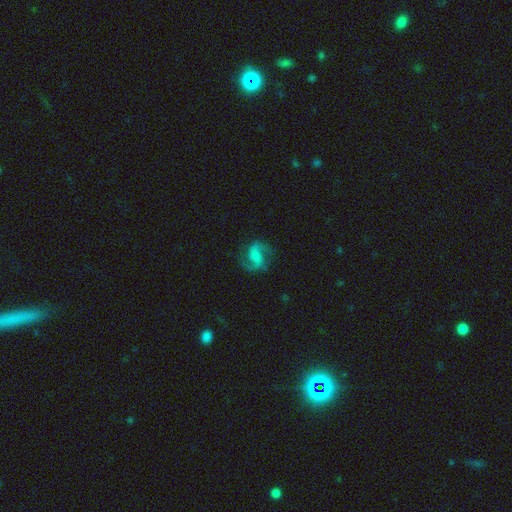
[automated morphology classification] This is clearly a featured or disk galaxy (85%). It is clearly not viewed edge-on (98%). Bar: possibly weak (47%). Spiral arm pattern: clearly yes (97%). Spiral arm count: clearly 2 (91%). Spiral winding: possibly medium (53%). Central bulge: marginally small (44%). Merging: likely none (77%).